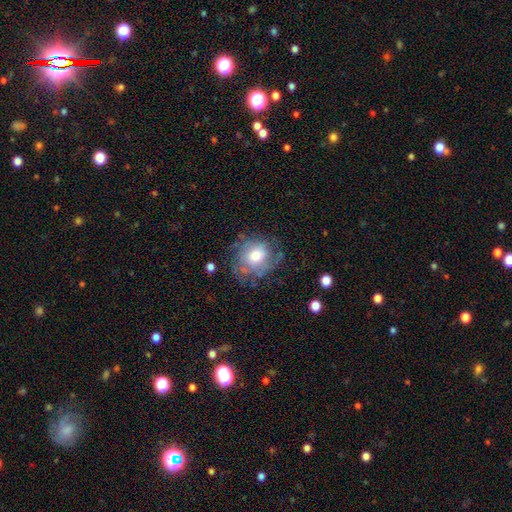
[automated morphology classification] This is possibly a featured or disk galaxy (45%, tied with smooth). Merging: possibly none (58%).